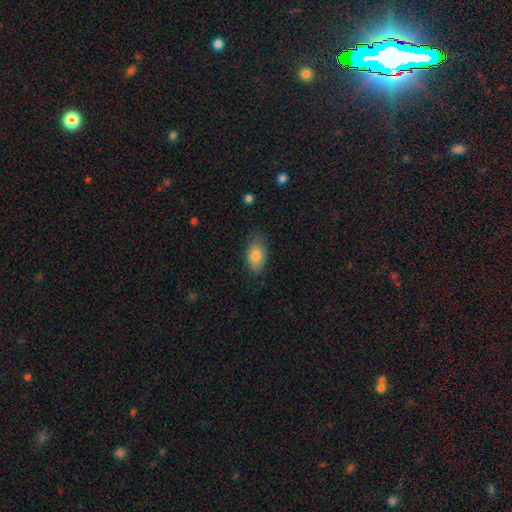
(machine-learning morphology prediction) A smooth galaxy with no disk features (82%) that is in between round and cigar-shaped (92%). Merging: none (72%).